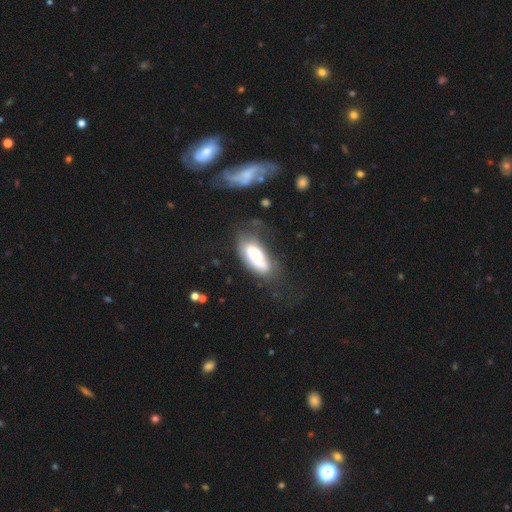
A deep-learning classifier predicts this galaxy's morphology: Smooth or featured? smooth (55%)
How rounded? in between (81%)
Merging? none (41%)